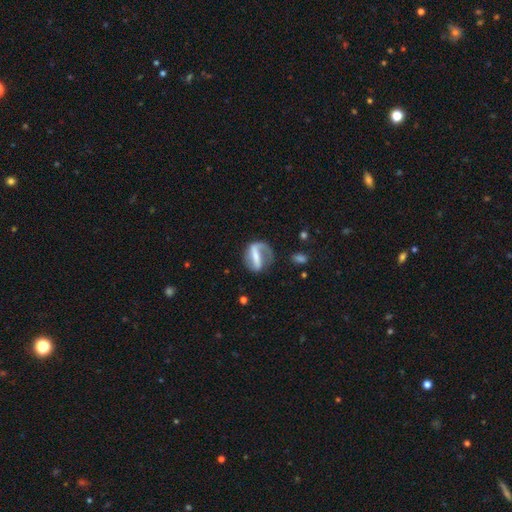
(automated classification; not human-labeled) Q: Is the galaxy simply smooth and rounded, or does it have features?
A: featured or disk — 74%.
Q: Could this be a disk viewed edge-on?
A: no — 93%.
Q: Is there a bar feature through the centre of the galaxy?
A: strong — 70%.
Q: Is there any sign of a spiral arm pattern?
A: yes — 81%.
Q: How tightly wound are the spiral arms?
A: loose — 44%.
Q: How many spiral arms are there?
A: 2 — 61%.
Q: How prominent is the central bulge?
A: small — 35%.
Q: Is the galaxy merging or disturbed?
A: none — 56%.